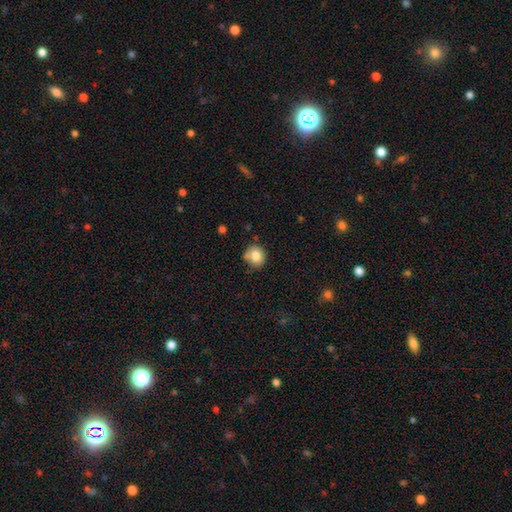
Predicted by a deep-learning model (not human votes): Smooth or featured?
  - smooth: 81% *
  - star or artifact: 10%
  - featured or disk: 10%
How rounded?
  - round: 88% *
  - in between: 11%
  - cigar-shaped: 1%
Merging?
  - none: 74% *
  - minor disturbance: 17%
  - merger: 5%
  - major disturbance: 3%